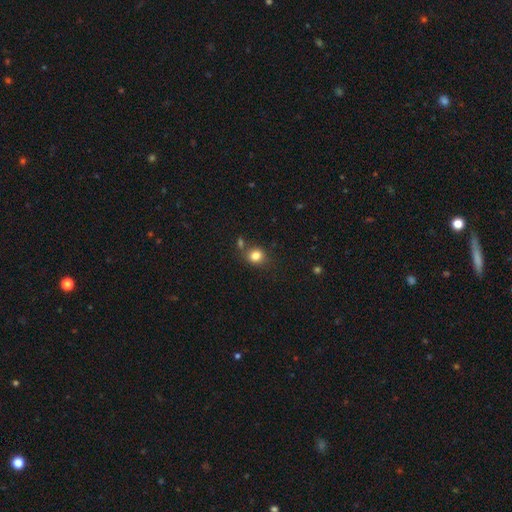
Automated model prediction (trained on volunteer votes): A smooth galaxy with no disk features (82%) that is round (71%).

Vote fractions:
- Smooth or featured? smooth: 82% / star or artifact: 11% / featured or disk: 6%
- How rounded? round: 71% / in between: 28% / cigar-shaped: 1%
- Merging? none: 70% / minor disturbance: 14% / merger: 12% / major disturbance: 4%